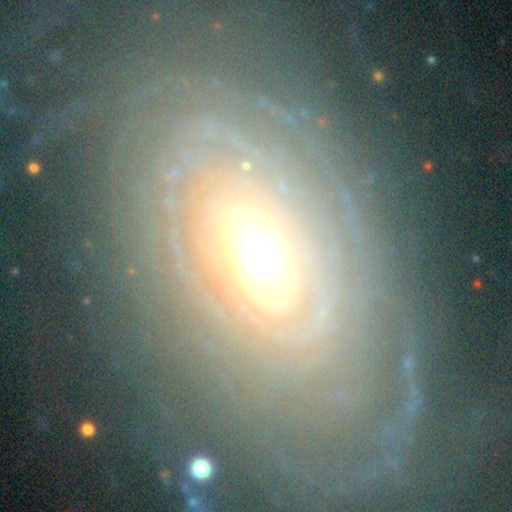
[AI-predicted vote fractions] Smooth or featured? Predicted: featured or disk (p=0.80). Edge-on disk? Predicted: no (p=0.92). Bar? Predicted: no (p=0.75). Spiral arms? Predicted: yes (p=0.74). Spiral winding? Predicted: tight (p=0.76). Spiral arm count? Predicted: can't tell (p=0.47). Bulge size? Predicted: moderate (p=0.60). Merging? Predicted: none (p=0.74).